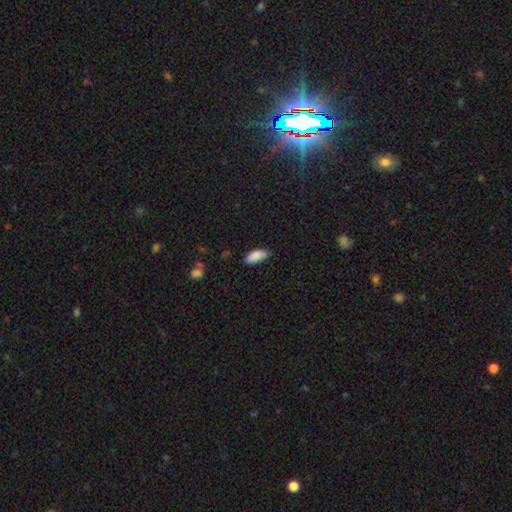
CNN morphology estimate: Overall: smooth (88%). How rounded: in between (86%). Merging: none (74%).